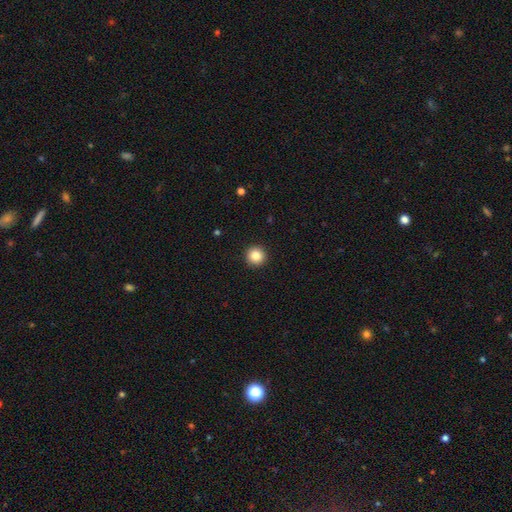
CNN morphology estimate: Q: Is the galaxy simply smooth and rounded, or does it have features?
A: smooth — 84%.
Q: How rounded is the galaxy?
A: round — 96%.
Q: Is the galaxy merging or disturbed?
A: none — 93%.